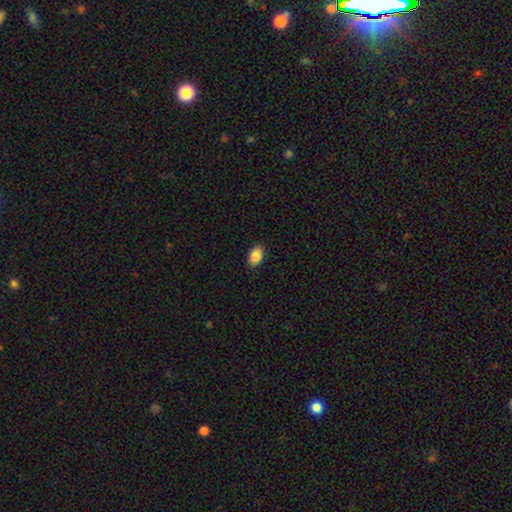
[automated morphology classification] This appears to be a smooth galaxy with no disk features (87%) that is in between round and cigar-shaped (88%). Merging: none (89%).